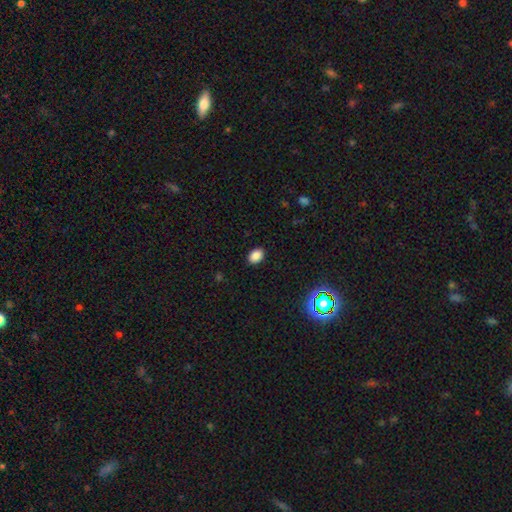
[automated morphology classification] This is clearly a smooth galaxy (86%). How rounded: likely in between (79%). Merging: clearly none (89%).